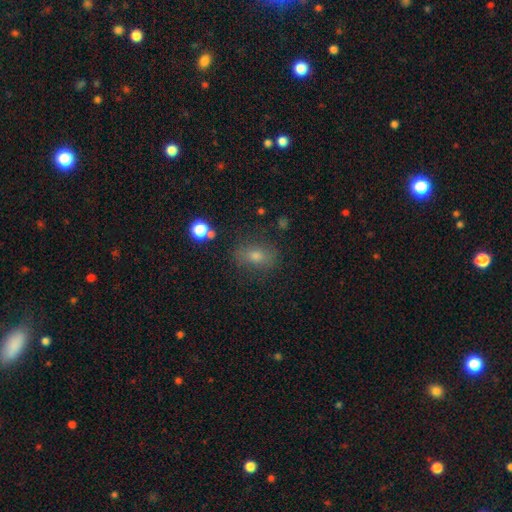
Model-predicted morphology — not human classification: Smooth or featured?
  - smooth: 61% *
  - star or artifact: 22%
  - featured or disk: 17%
How rounded?
  - in between: 66% *
  - round: 31%
  - cigar-shaped: 4%
Merging?
  - none: 79% *
  - minor disturbance: 13%
  - major disturbance: 5%
  - merger: 3%